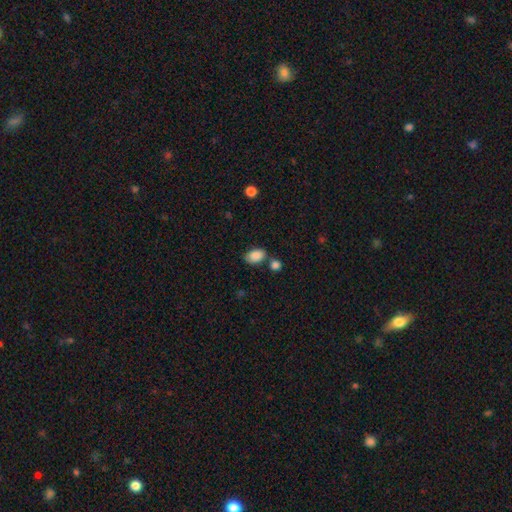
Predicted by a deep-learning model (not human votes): The model was most divided on "merging": none: 65%, minor disturbance: 16%, merger: 15%, major disturbance: 4%. More confident: how rounded — in between (88%); smooth or featured — smooth (88%).